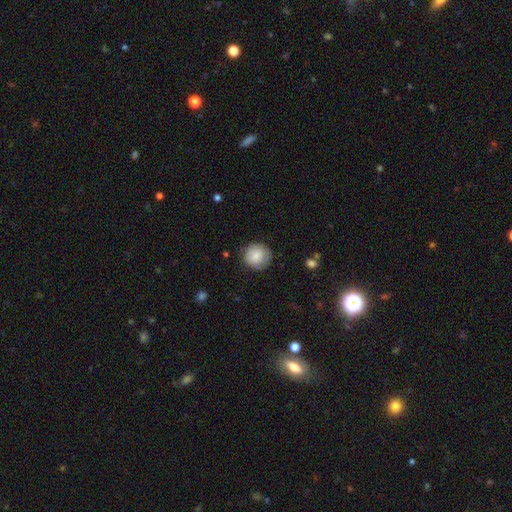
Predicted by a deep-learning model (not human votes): This is clearly a smooth galaxy (83%). How rounded: clearly round (91%). Merging: clearly none (82%).